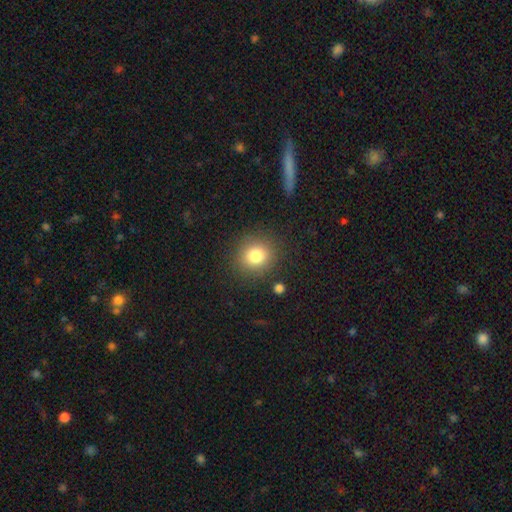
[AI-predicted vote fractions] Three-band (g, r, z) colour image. It shows a smooth galaxy with no disk features (80%) that is round (83%). Merging: none (86%).